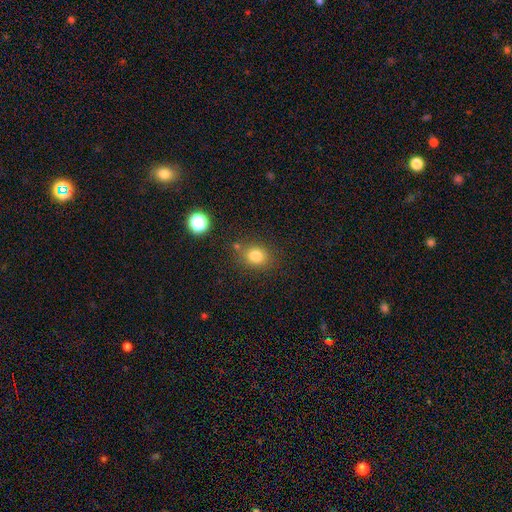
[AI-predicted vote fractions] smooth_or_featured: smooth (p=0.81) [alt: star or artifact p=0.12]
how_rounded: round (p=0.62) [alt: in between p=0.37]
merging: none (p=0.75) [alt: minor disturbance p=0.14]